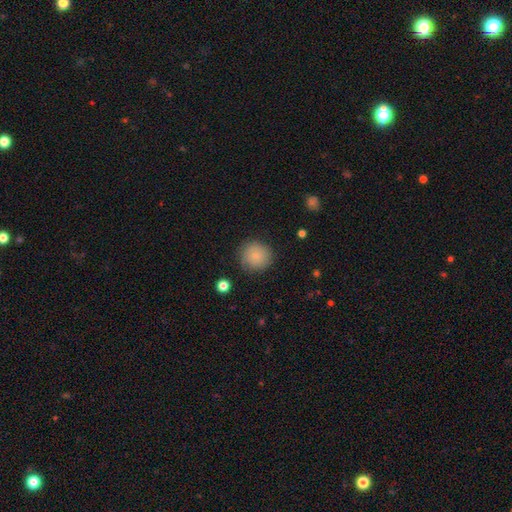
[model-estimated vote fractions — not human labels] Overall: smooth (84%). How rounded: round (92%). Merging: none (84%).